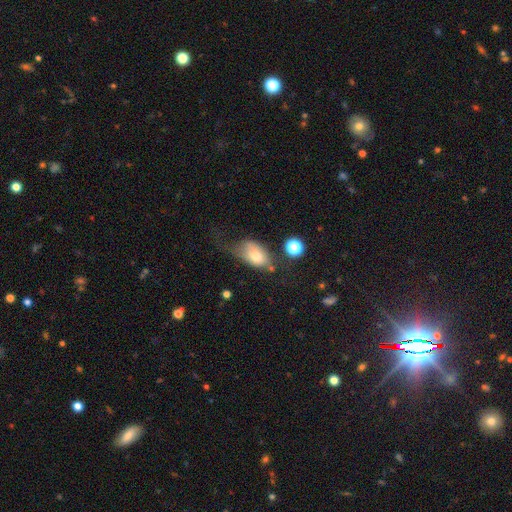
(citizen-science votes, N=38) smooth-or-featured: smooth: 66% | featured or disk: 26% | star or artifact: 8%
  how-rounded: in between: 92% | round: 8% | cigar-shaped: 0%
  merging: minor disturbance: 43% | none: 29% | major disturbance: 26% | merger: 3%